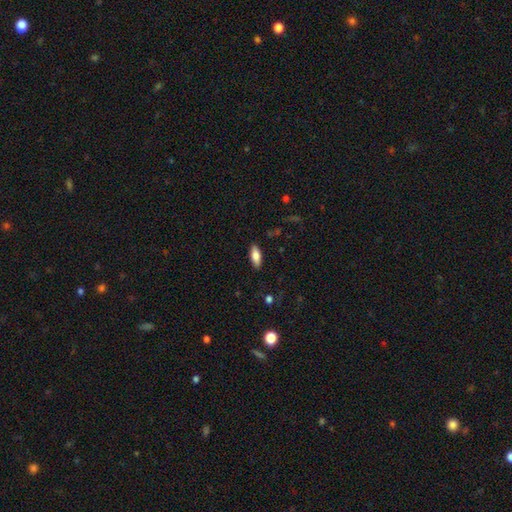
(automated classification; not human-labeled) Smooth or featured? smooth (79%)
How rounded? in between (75%)
Merging? none (88%)